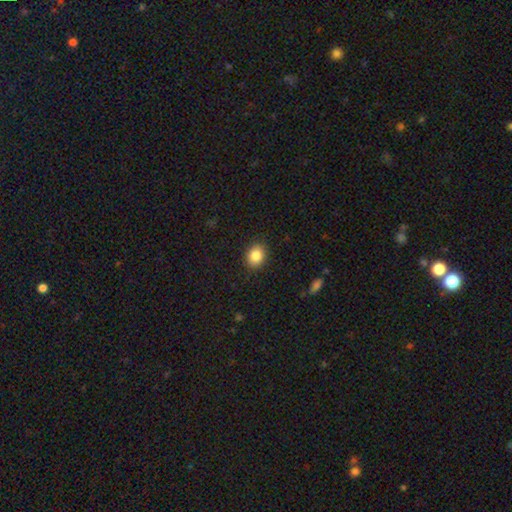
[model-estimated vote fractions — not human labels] Morphology: type=smooth (85%); roundness=round (50%); merging=none (88%).